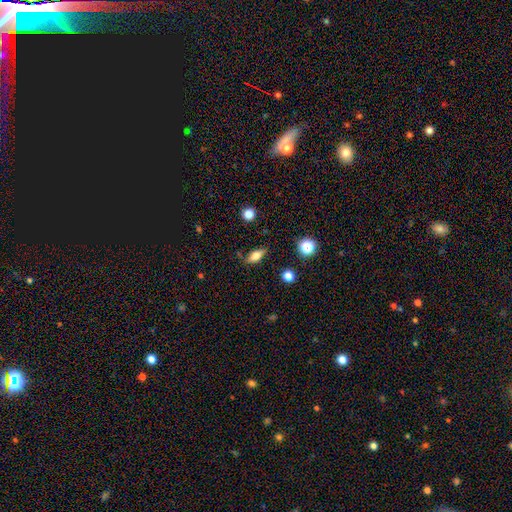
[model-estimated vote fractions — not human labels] Smooth or featured?
  - smooth: 64% *
  - featured or disk: 27%
  - star or artifact: 9%
How rounded?
  - in between: 71% *
  - cigar-shaped: 23%
  - round: 6%
Merging?
  - none: 81% *
  - minor disturbance: 14%
  - major disturbance: 3%
  - merger: 3%